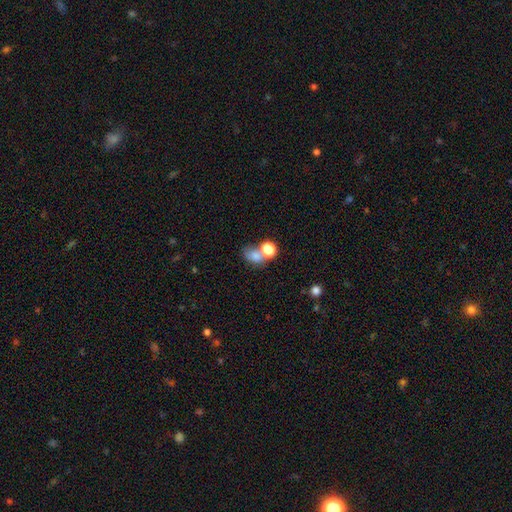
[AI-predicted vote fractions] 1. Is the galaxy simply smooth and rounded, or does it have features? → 73% smooth, 15% star or artifact, 12% featured or disk.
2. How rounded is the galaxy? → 60% in between, 38% round, 2% cigar-shaped.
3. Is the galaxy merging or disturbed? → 44% merger, 37% none, 11% minor disturbance, 8% major disturbance.